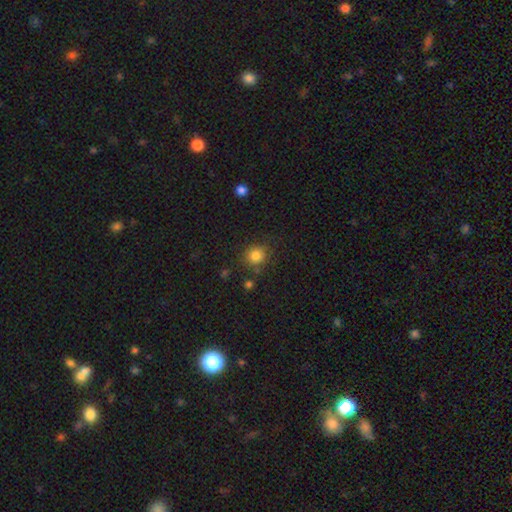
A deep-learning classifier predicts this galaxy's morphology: This is clearly a smooth galaxy (83%). How rounded: clearly round (88%). Merging: clearly none (82%).